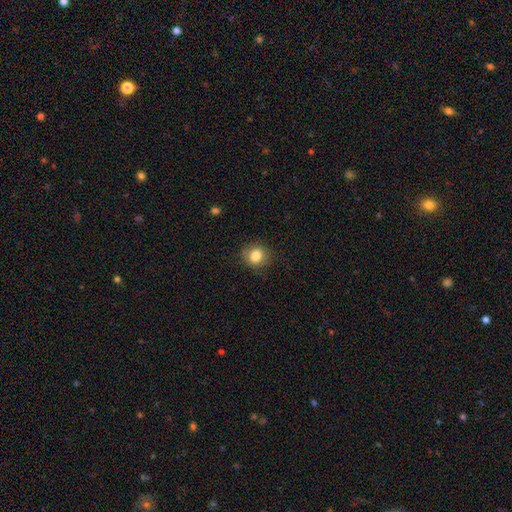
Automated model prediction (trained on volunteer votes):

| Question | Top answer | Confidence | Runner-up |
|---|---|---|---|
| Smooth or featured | smooth | 83% | star or artifact (10%) |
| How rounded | round | 75% | in between (24%) |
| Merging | none | 85% | minor disturbance (11%) |